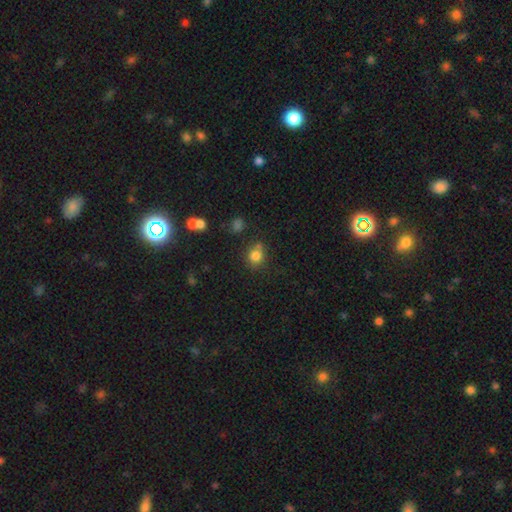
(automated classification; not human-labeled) Smooth or featured? smooth (81%)
How rounded? round (81%)
Merging? none (67%)